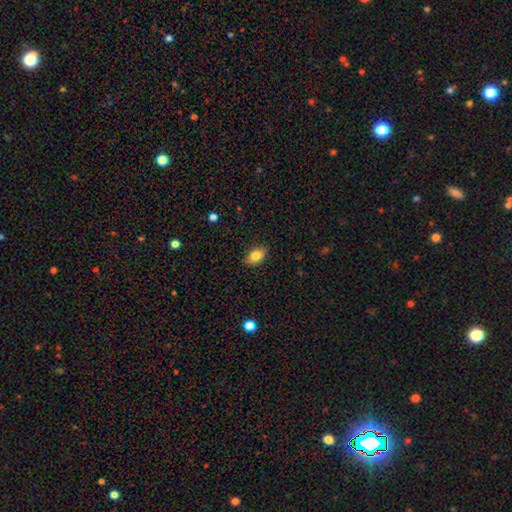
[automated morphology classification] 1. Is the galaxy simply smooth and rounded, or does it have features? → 82% smooth, 10% featured or disk, 8% star or artifact.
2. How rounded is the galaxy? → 85% in between, 13% round, 2% cigar-shaped.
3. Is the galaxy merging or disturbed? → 87% none, 10% minor disturbance, 2% major disturbance, 1% merger.